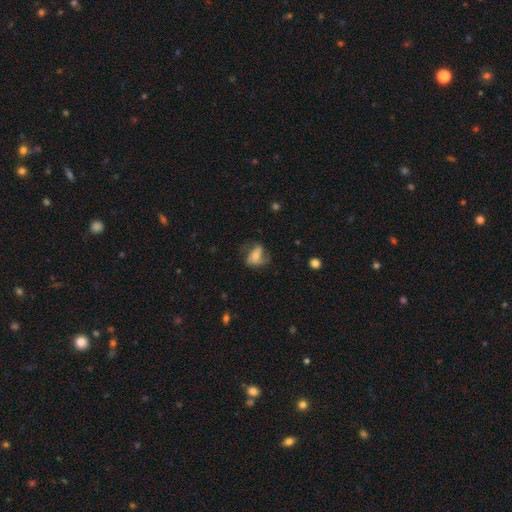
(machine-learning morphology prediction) Smooth or featured?
  - featured or disk: 50% *
  - smooth: 41%
  - star or artifact: 10%
Merging?
  - none: 46% *
  - major disturbance: 26%
  - minor disturbance: 25%
  - merger: 3%